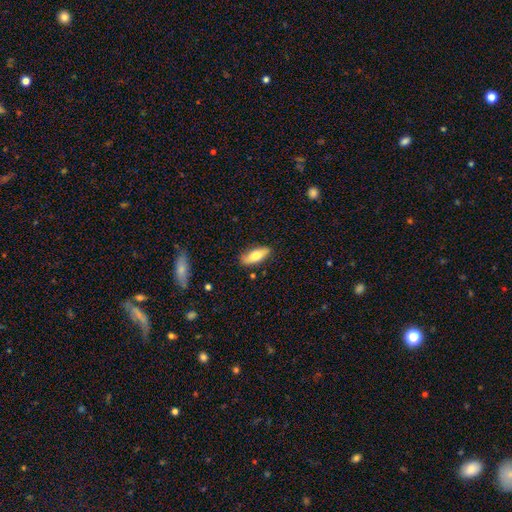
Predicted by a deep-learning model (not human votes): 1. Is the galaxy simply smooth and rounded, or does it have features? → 68% smooth, 26% featured or disk, 6% star or artifact.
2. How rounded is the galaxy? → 72% in between, 25% cigar-shaped, 3% round.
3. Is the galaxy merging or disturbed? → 80% none, 16% minor disturbance, 3% major disturbance, 2% merger.